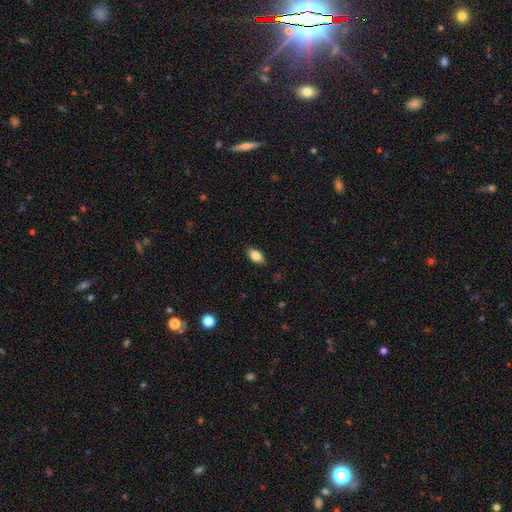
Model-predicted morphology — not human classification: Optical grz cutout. It shows a smooth galaxy with no disk features (83%) that is in between round and cigar-shaped (91%). Merging: none (87%).